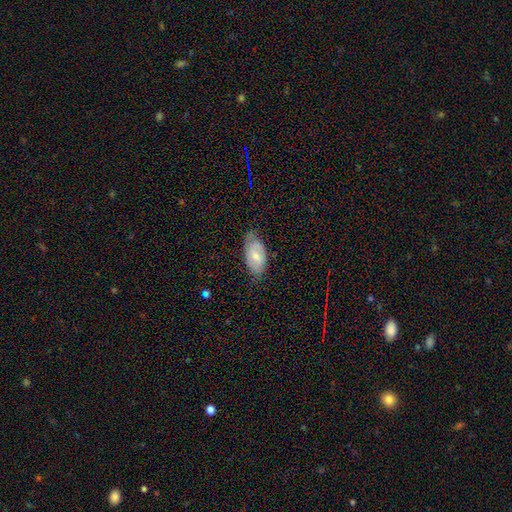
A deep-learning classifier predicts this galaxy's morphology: smooth-or-featured: smooth: 56% | featured or disk: 38% | star or artifact: 7%
  how-rounded: in between: 93% | cigar-shaped: 4% | round: 3%
  merging: none: 67% | minor disturbance: 27% | major disturbance: 5% | merger: 1%